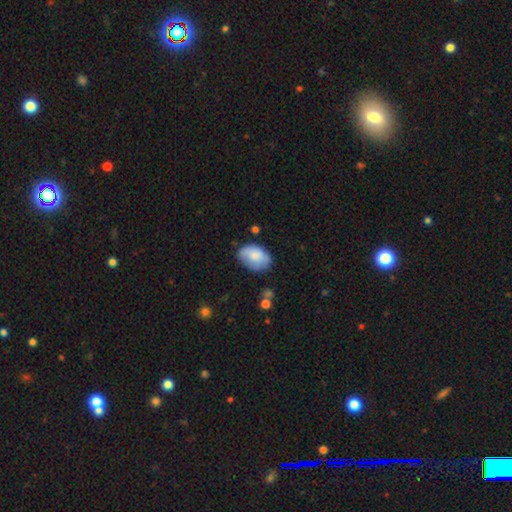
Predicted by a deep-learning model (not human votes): The model was most divided on "merging": none: 66%, minor disturbance: 26%, major disturbance: 6%, merger: 3%. More confident: how rounded — in between (86%); smooth or featured — smooth (76%).